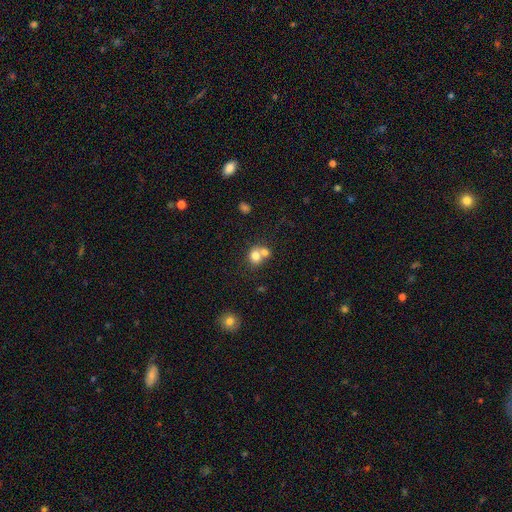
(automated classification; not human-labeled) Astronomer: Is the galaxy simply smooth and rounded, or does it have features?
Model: smooth — 76%.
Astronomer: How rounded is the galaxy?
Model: round — 72%.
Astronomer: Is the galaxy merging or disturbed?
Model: merger — 57% (runner-up: none, 33%).